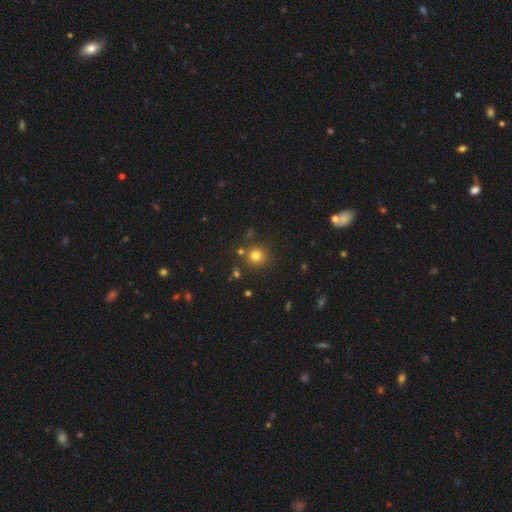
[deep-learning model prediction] Morphology: type=smooth (77%); roundness=round (92%); merging=none (82%).